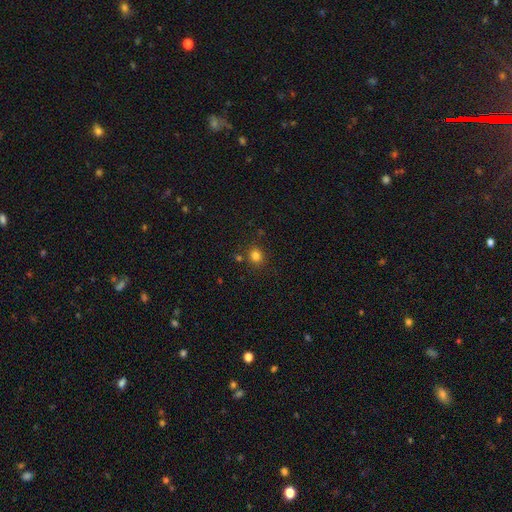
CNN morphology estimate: Smooth or featured: smooth — 80% (star or artifact — 15%)
How rounded: round — 83% (in between — 16%)
Merging: none — 81% (minor disturbance — 9%)